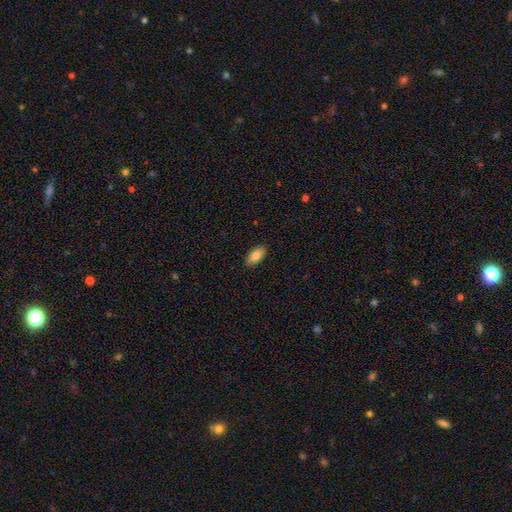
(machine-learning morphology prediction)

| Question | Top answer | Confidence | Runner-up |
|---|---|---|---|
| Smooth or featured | smooth | 84% | featured or disk (9%) |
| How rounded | in between | 92% | cigar-shaped (5%) |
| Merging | none | 89% | minor disturbance (8%) |